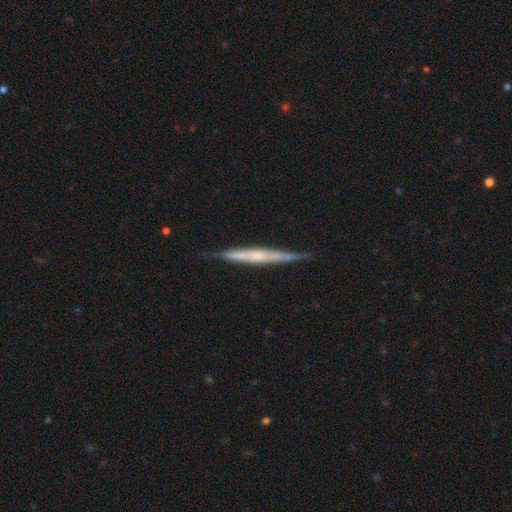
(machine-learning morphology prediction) A featured or disk galaxy (66%) viewed edge-on (97%) with no central bulge (58%).

Vote fractions:
- Smooth or featured? featured or disk: 66% / smooth: 29% / star or artifact: 6%
- Edge-on disk? yes: 97% / no: 3%
- Edge-on bulge? none: 58% / rounded: 28% / boxy: 14%
- Merging? none: 82% / minor disturbance: 14% / major disturbance: 2% / merger: 2%